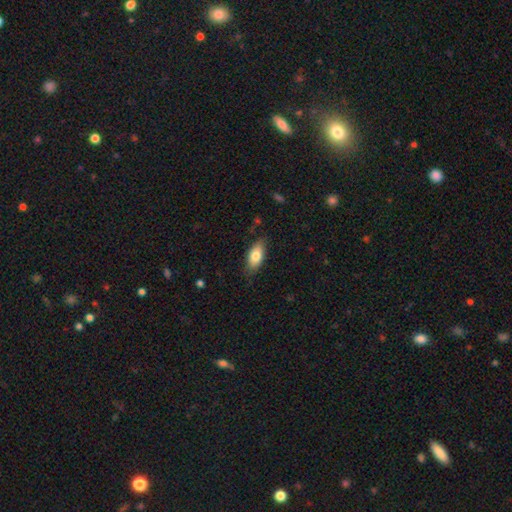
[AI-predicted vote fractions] Smooth or featured? smooth (80%)
How rounded? in between (89%)
Merging? none (79%)